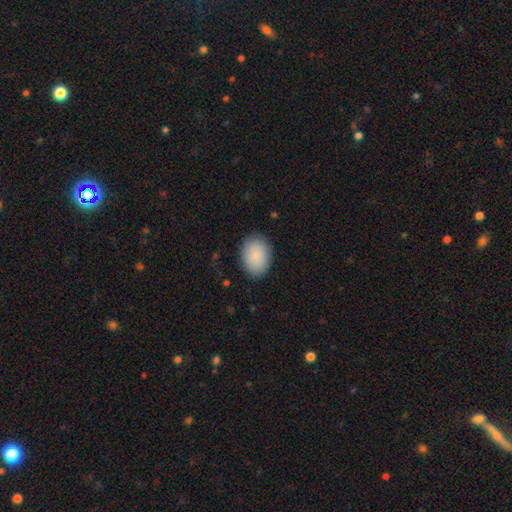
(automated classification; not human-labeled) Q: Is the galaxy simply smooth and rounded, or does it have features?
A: smooth — 88%.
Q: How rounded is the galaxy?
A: in between — 77%.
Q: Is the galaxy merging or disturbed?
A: none — 85%.